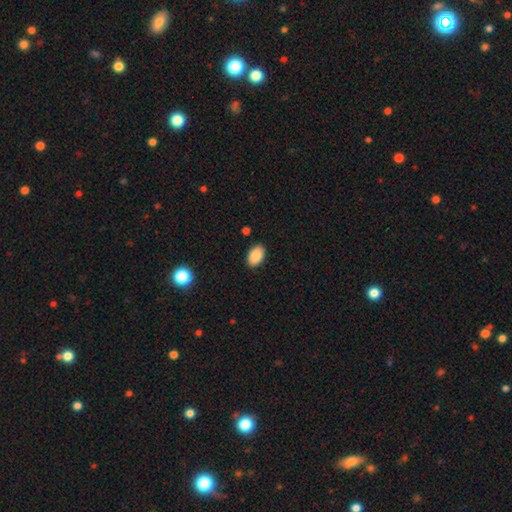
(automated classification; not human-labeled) The model was most divided on "merging": none: 88%, minor disturbance: 9%, major disturbance: 2%, merger: 1%. More confident: how rounded — in between (91%); smooth or featured — smooth (88%).